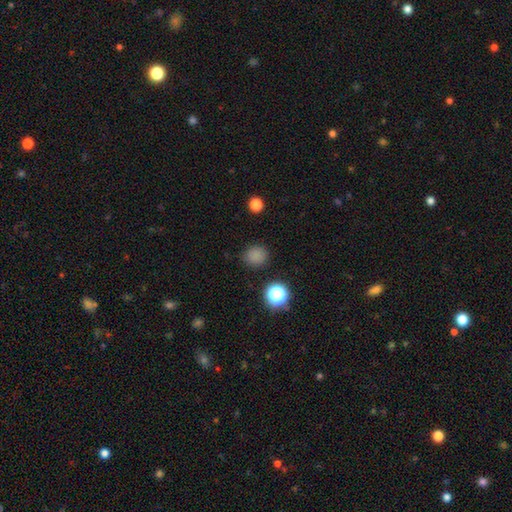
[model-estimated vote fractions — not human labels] smooth 80%, star or artifact 16%, featured or disk 4%. Down the decision tree: how rounded — round (85%); merging — none (87%).